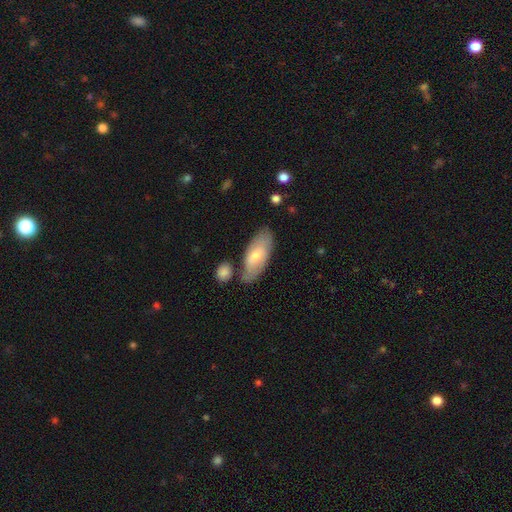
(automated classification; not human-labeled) This appears to be a smooth galaxy with no disk features (58%) that is in between round and cigar-shaped (81%). Merging: none (69%).